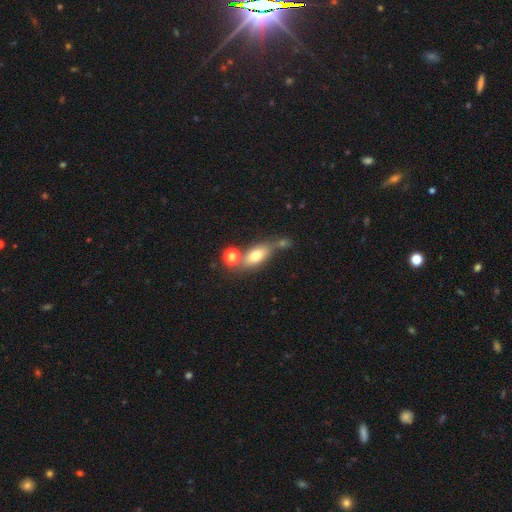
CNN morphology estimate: Overall: smooth (72%). How rounded: in between (78%). Merging: none (53%; merger 26%).